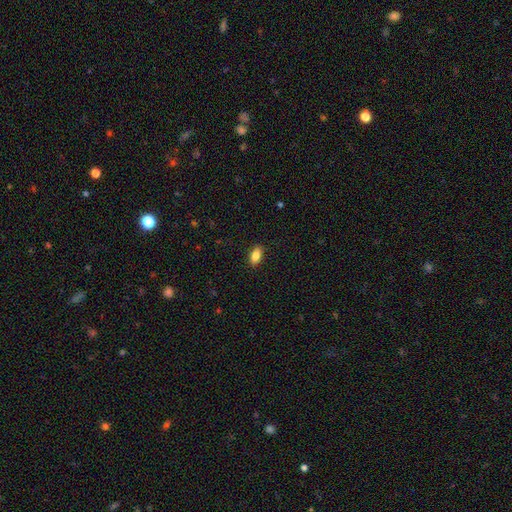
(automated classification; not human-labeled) Morphology: type=smooth (85%); roundness=in between (89%); merging=none (89%).